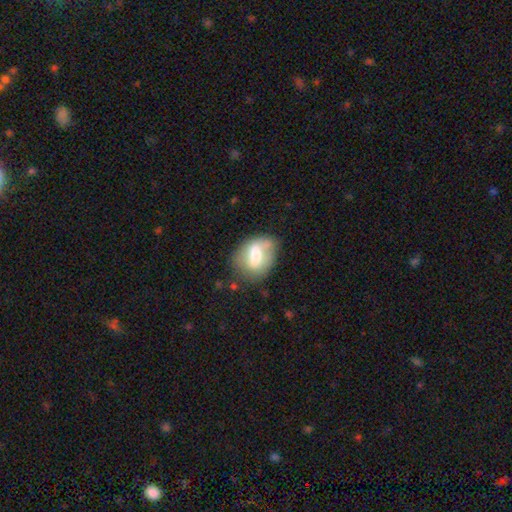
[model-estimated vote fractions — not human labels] The model was most divided on "smooth or featured": smooth: 54%, featured or disk: 38%, star or artifact: 8%. More confident: how rounded — in between (71%); merging — none (53%).